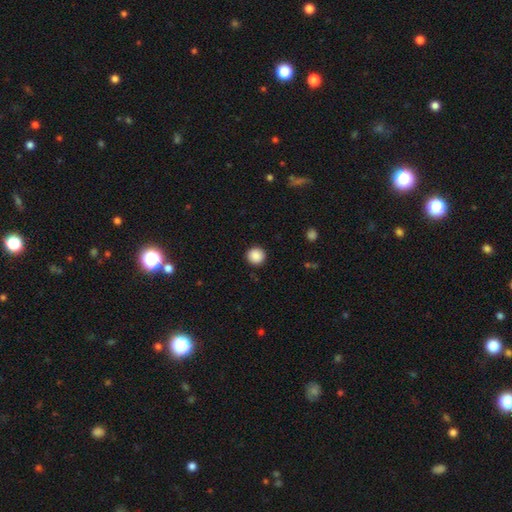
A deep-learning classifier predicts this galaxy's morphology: This is clearly a smooth galaxy (89%). How rounded: clearly round (95%). Merging: clearly none (92%).